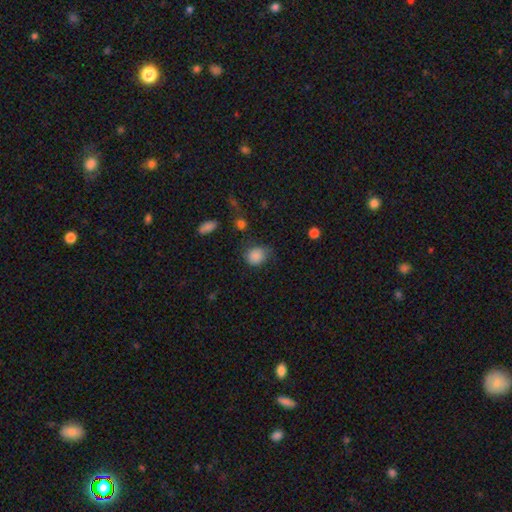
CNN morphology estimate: This is clearly a smooth galaxy (85%). How rounded: possibly round (60%). Merging: possibly none (57%).